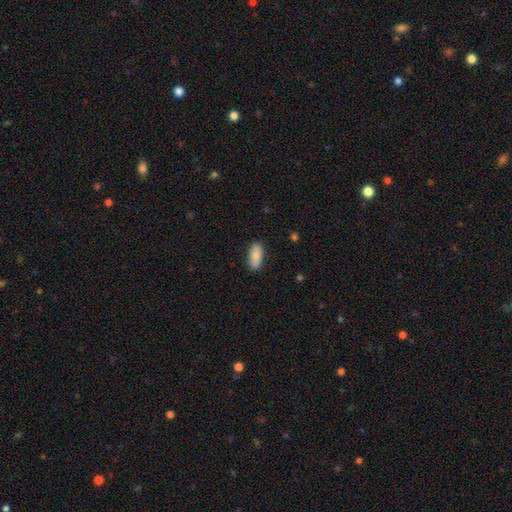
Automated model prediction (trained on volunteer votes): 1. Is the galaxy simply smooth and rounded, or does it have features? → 82% smooth, 12% featured or disk, 6% star or artifact.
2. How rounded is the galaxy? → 83% in between, 14% cigar-shaped, 2% round.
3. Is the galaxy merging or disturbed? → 83% none, 13% minor disturbance, 2% major disturbance, 2% merger.